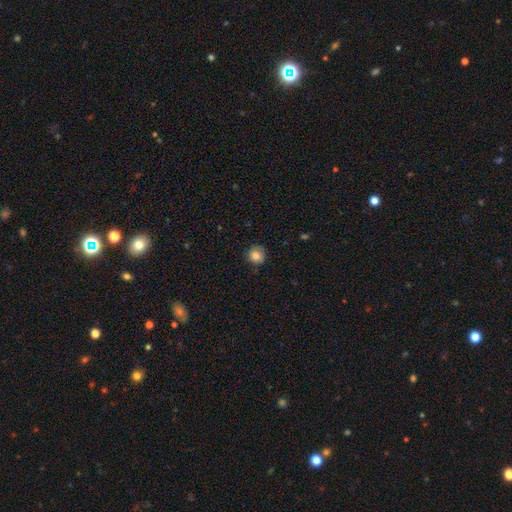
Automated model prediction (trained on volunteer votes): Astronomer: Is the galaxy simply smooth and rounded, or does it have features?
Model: smooth — 84%.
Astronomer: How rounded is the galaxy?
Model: round — 93%.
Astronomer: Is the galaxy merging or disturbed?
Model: none — 85%.